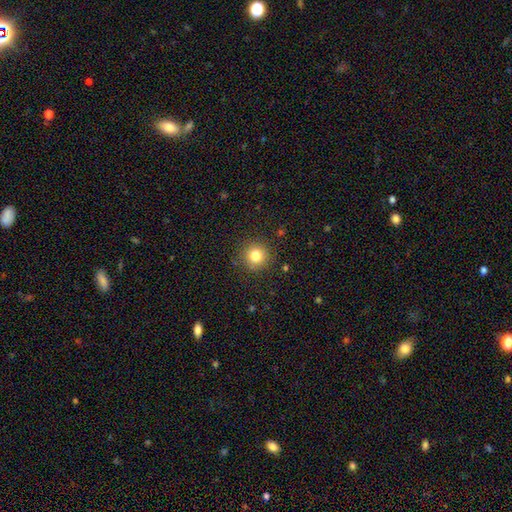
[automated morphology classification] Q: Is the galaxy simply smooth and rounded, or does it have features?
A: smooth — 81%.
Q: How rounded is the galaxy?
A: round — 94%.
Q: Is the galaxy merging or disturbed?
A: none — 89%.